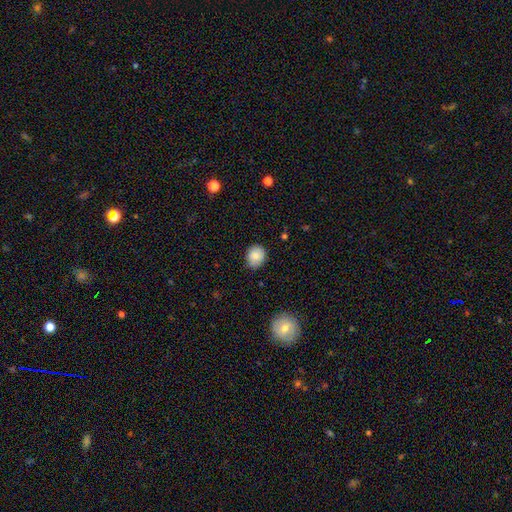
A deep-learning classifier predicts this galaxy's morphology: smooth-or-featured: smooth: 85% | star or artifact: 8% | featured or disk: 7%
  how-rounded: round: 65% | in between: 34% | cigar-shaped: 1%
  merging: none: 83% | minor disturbance: 14% | major disturbance: 2% | merger: 1%